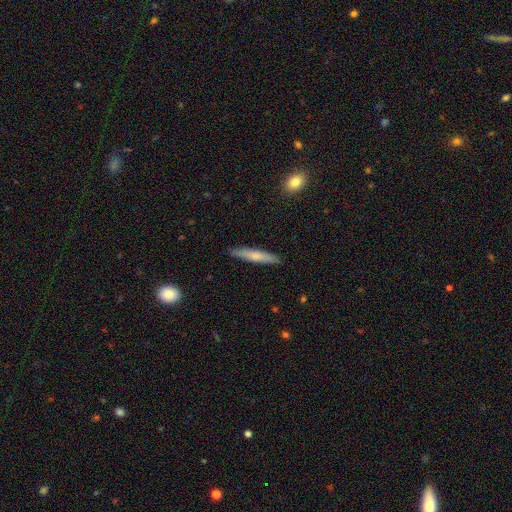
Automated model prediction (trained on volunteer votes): A smooth galaxy with no disk features (62%) that is cigar-shaped (92%). Merging: none (88%).